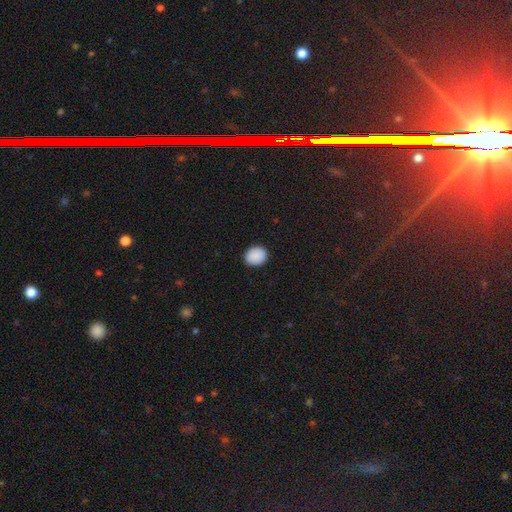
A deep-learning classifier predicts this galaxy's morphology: Smooth or featured: smooth — 90% (star or artifact — 8%)
How rounded: round — 67% (in between — 33%)
Merging: none — 90% (minor disturbance — 7%)